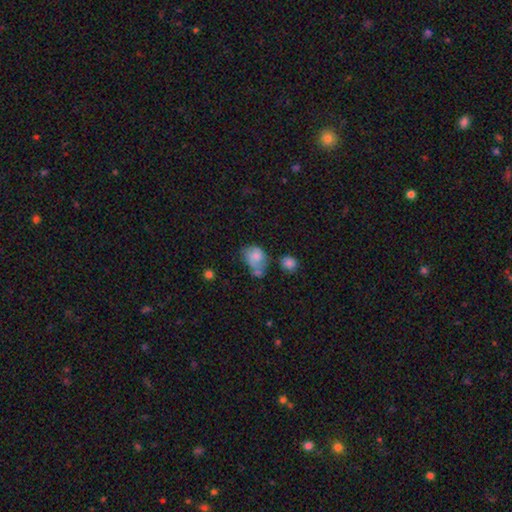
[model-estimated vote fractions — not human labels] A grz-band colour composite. It shows a smooth galaxy with no disk features (70%) that is in between round and cigar-shaped (54%). Merging: none (31%).